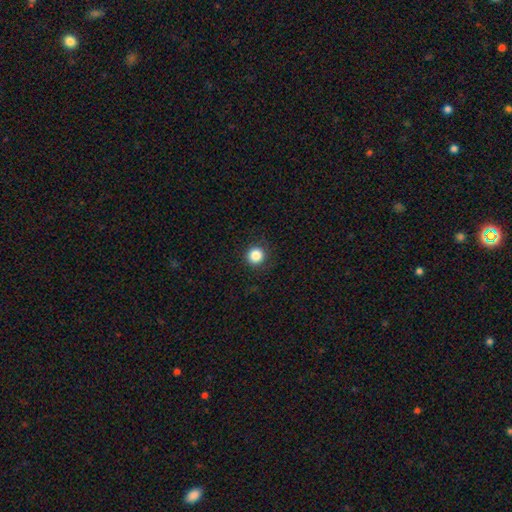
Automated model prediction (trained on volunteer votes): Morphology: type=smooth (86%); roundness=round (95%); merging=none (91%).